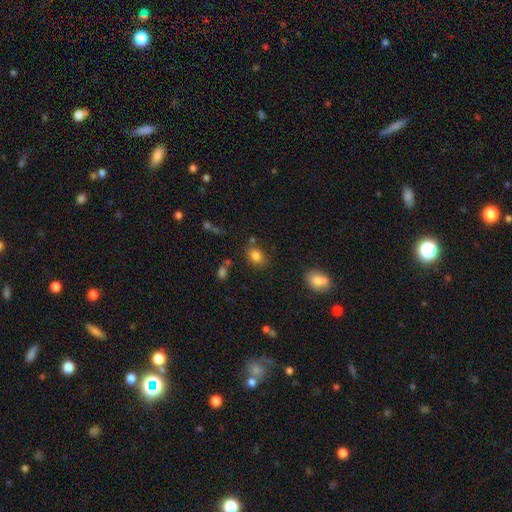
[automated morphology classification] This is clearly a smooth galaxy (82%). How rounded: possibly in between (53%). Merging: likely none (76%).